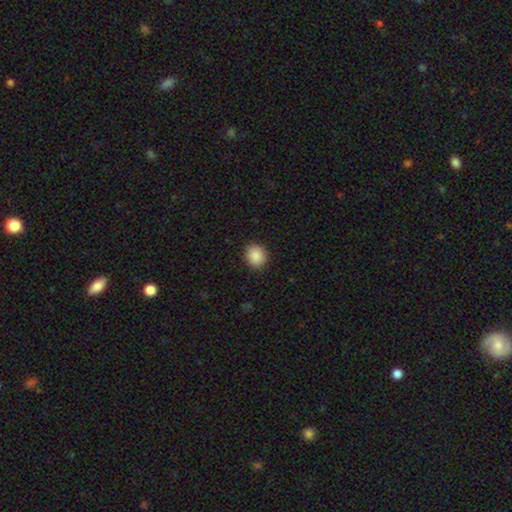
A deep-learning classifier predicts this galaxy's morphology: This appears to be a smooth galaxy with no disk features (88%) that is round (79%). Merging: none (90%).